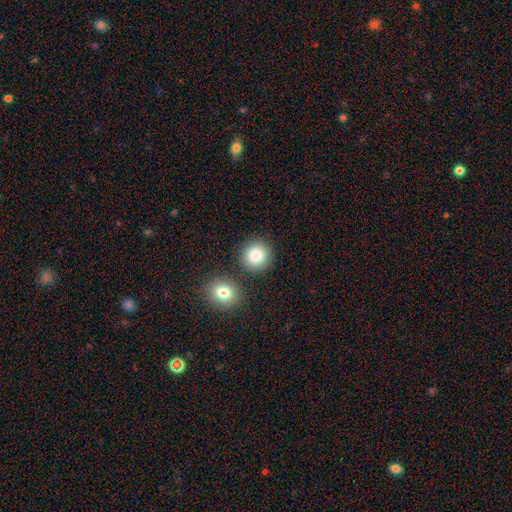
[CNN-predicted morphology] Smooth or featured? smooth (84%)
How rounded? round (91%)
Merging? none (82%)